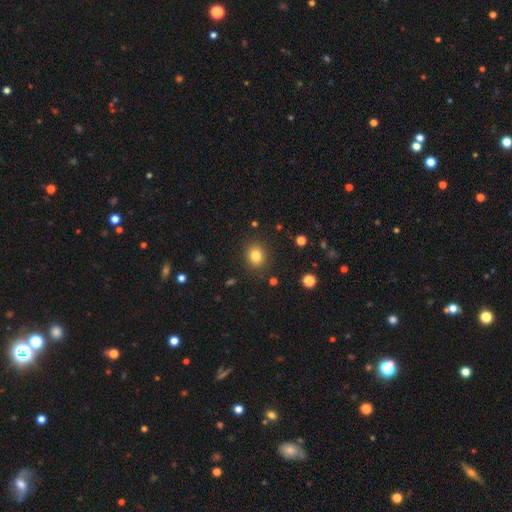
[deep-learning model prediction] Smooth or featured: smooth — 82% (star or artifact — 12%)
How rounded: round — 69% (in between — 30%)
Merging: none — 88% (minor disturbance — 8%)